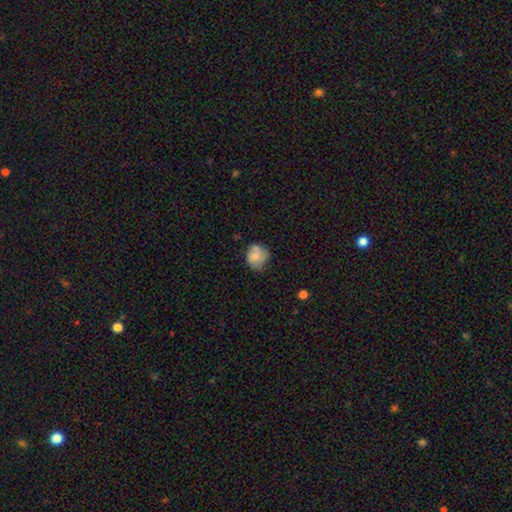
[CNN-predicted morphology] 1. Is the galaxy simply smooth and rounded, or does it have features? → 74% smooth, 18% featured or disk, 8% star or artifact.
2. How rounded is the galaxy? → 75% round, 24% in between, 1% cigar-shaped.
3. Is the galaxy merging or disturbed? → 56% none, 32% minor disturbance, 9% major disturbance, 4% merger.